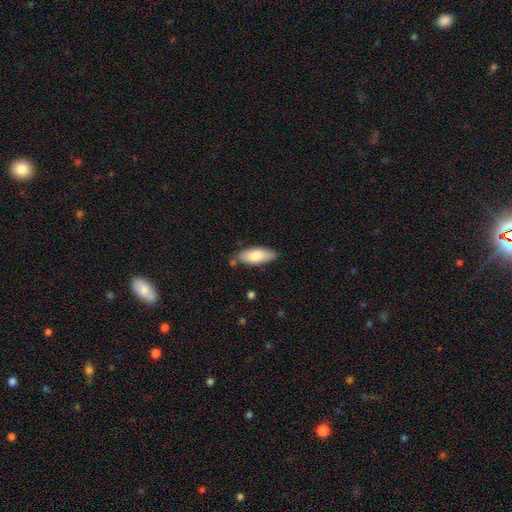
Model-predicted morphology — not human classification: Overall: smooth (81%). How rounded: in between (76%). Merging: none (78%).